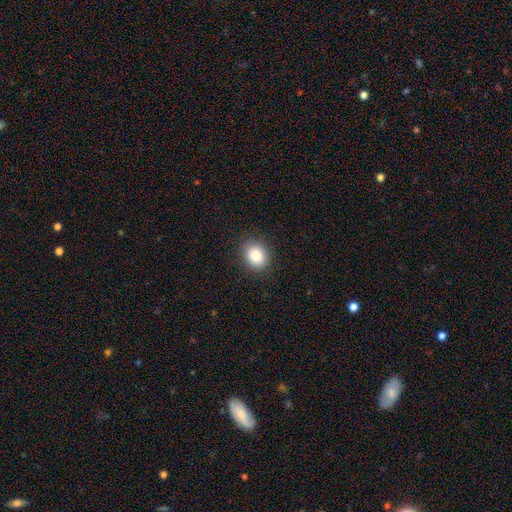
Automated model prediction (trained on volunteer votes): Q: Smooth or featured?
A: smooth (86%); runner-up: star or artifact (8%)
Q: How rounded?
A: in between (54%); runner-up: round (45%)
Q: Merging?
A: none (88%); runner-up: minor disturbance (9%)